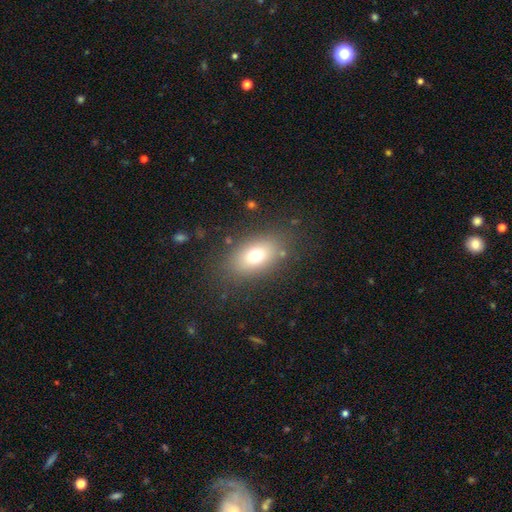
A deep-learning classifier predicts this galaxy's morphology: This appears to be a smooth galaxy with no disk features (72%) that is in between round and cigar-shaped (82%). Merging: none (81%).